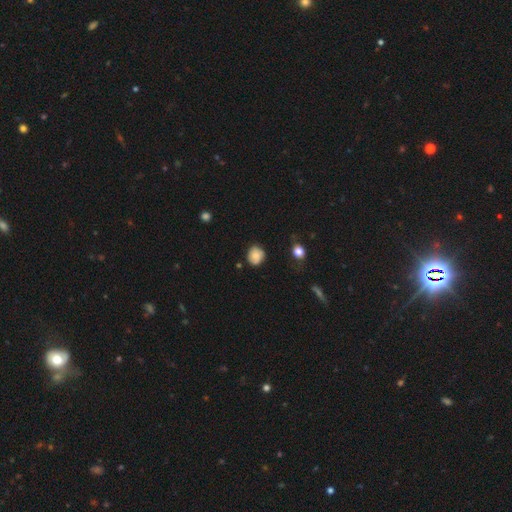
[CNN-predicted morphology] Smooth or featured: smooth — 73% (featured or disk — 18%)
How rounded: round — 77% (in between — 22%)
Merging: none — 73% (minor disturbance — 21%)